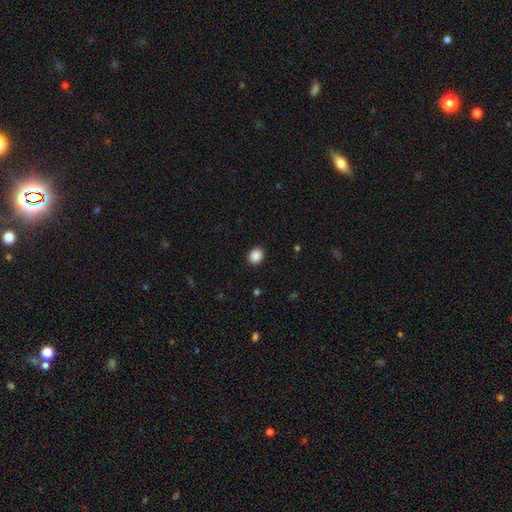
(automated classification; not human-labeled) The model was most divided on "how rounded": round: 55%, in between: 44%, cigar-shaped: 1%. More confident: merging — none (90%); smooth or featured — smooth (89%).